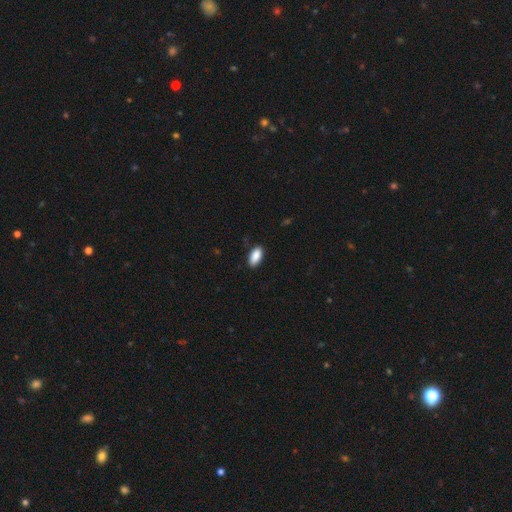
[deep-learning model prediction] Smooth or featured?
  - smooth: 90% *
  - star or artifact: 7%
  - featured or disk: 4%
How rounded?
  - in between: 92% *
  - cigar-shaped: 6%
  - round: 2%
Merging?
  - none: 85% *
  - minor disturbance: 12%
  - major disturbance: 2%
  - merger: 1%